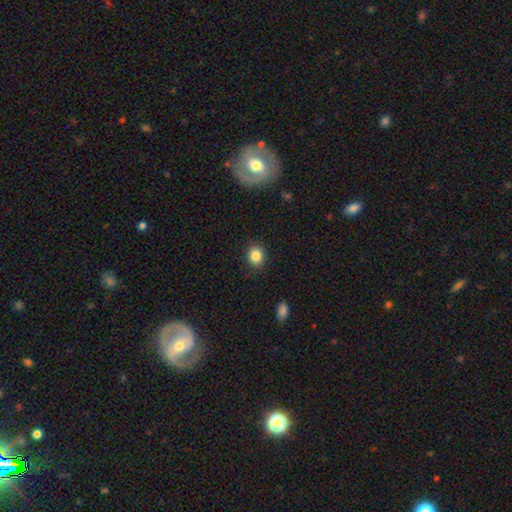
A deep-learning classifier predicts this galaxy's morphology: The model was most divided on "how rounded": round: 65%, in between: 34%, cigar-shaped: 1%. More confident: merging — none (88%); smooth or featured — smooth (85%).